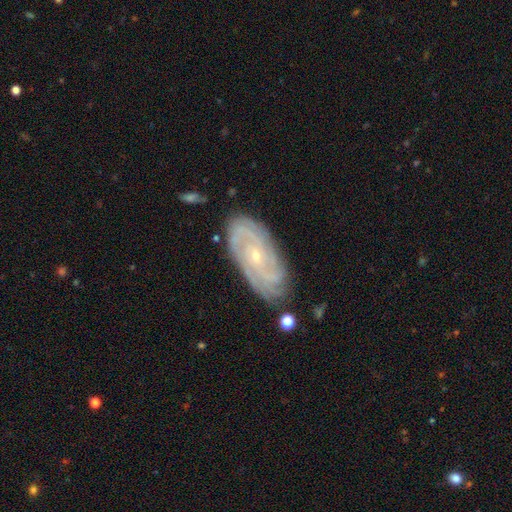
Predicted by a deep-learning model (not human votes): A featured or disk galaxy (85%) with no bar (74%), tight (74%) spiral arms (96%) and a small central bulge (81%). Merging: none (78%).